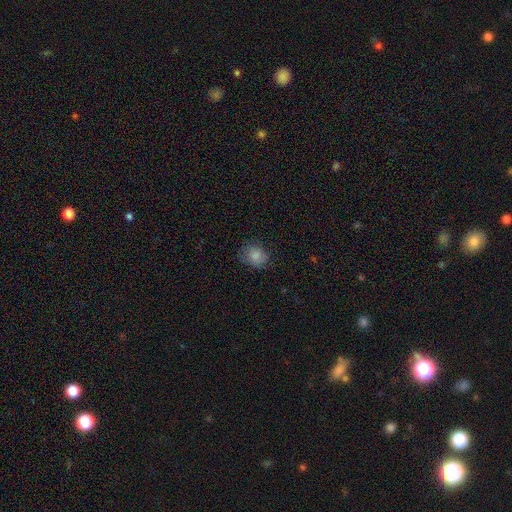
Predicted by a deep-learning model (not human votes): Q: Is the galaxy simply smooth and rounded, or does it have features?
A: smooth — 83%.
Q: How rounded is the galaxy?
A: round — 61%.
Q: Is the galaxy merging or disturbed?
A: none — 73%.